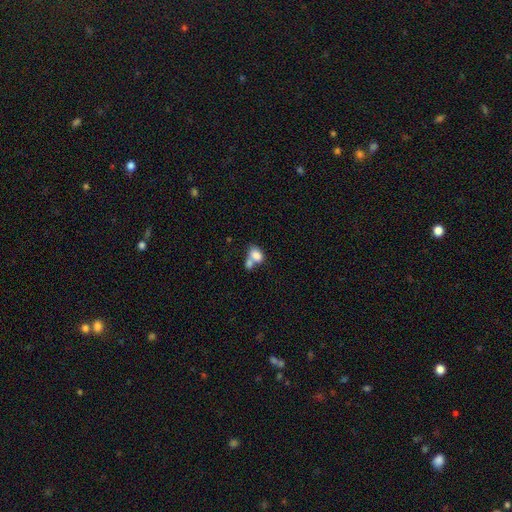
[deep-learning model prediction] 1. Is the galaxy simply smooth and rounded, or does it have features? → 79% smooth, 12% featured or disk, 9% star or artifact.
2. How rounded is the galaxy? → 81% in between, 17% round, 2% cigar-shaped.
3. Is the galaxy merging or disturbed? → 60% merger, 25% none, 9% minor disturbance, 5% major disturbance.